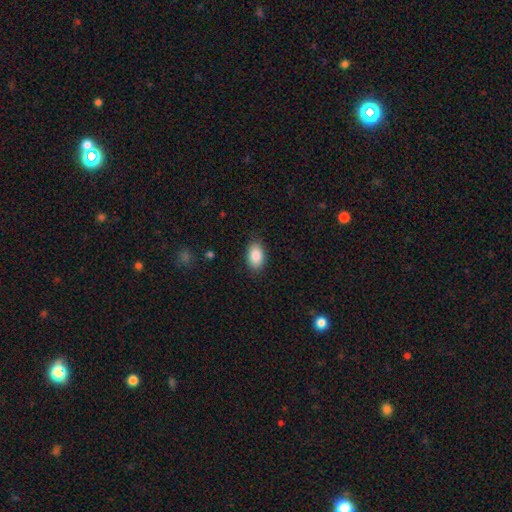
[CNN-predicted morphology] This appears to be a smooth galaxy with no disk features (86%) that is in between round and cigar-shaped (92%). Merging: none (87%).